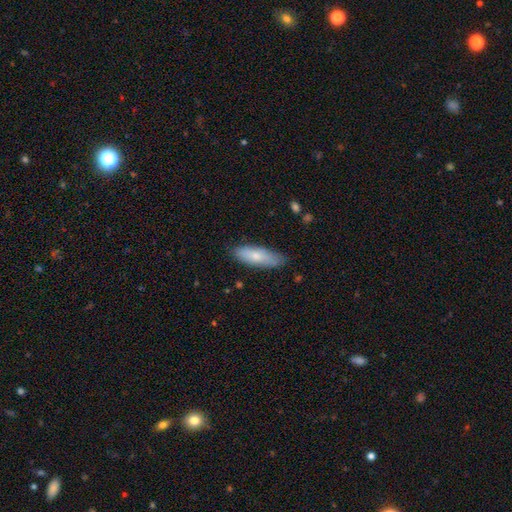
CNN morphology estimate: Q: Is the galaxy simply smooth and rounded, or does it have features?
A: smooth — 74%.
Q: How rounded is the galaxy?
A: cigar-shaped — 50%.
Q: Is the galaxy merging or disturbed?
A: none — 80%.